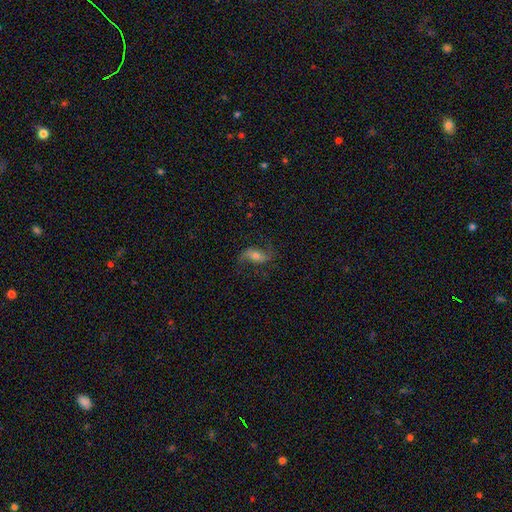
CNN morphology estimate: This appears to be a featured or disk galaxy (66%) with no bar (38%), 2 (91%) loose (70%) spiral arms (90%) and a moderate central bulge (54%). Merging: none (72%).